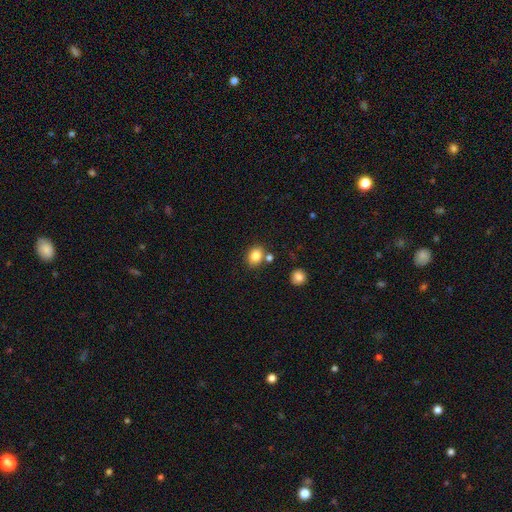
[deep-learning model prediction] The model was most divided on "how rounded": in between: 51%, round: 48%, cigar-shaped: 1%. More confident: smooth or featured — smooth (83%); merging — none (73%).